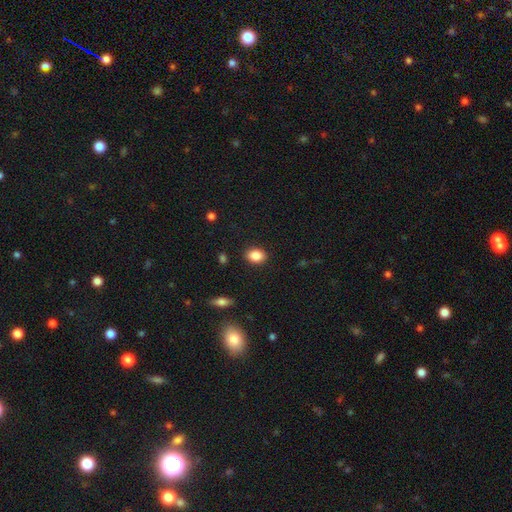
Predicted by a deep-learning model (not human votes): Smooth or featured? smooth (87%)
How rounded? in between (67%)
Merging? none (89%)